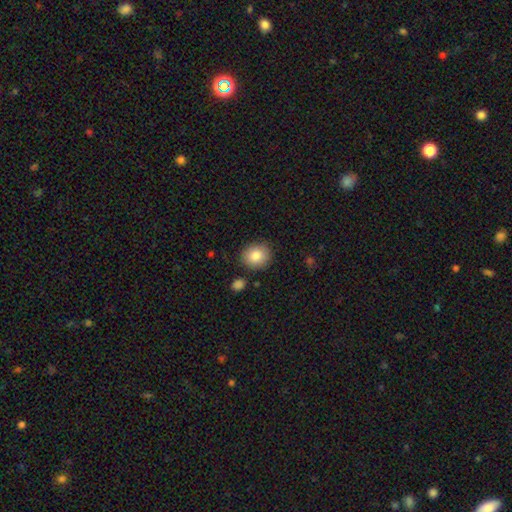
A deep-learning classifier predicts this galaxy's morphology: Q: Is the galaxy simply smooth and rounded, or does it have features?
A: smooth — 85%.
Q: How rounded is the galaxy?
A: round — 74%.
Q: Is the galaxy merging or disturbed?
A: none — 86%.